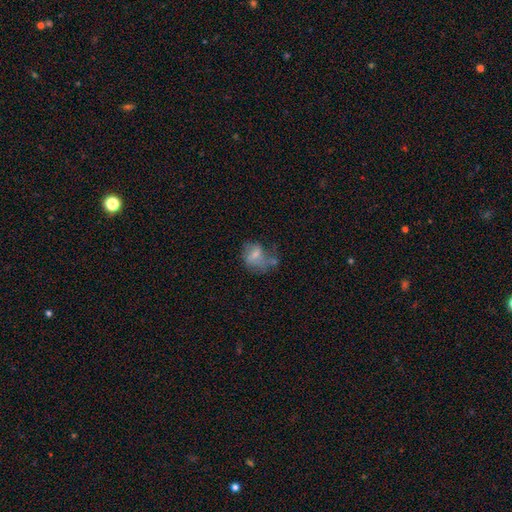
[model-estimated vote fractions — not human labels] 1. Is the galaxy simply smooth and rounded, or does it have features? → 52% smooth, 37% featured or disk, 11% star or artifact.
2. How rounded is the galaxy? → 62% in between, 36% round, 2% cigar-shaped.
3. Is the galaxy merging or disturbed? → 36% major disturbance, 28% none, 25% minor disturbance, 12% merger.